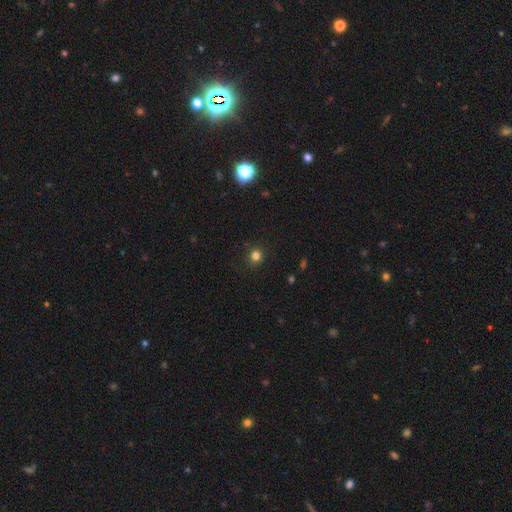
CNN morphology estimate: A smooth galaxy with no disk features (79%) that is round (89%). Merging: none (88%).